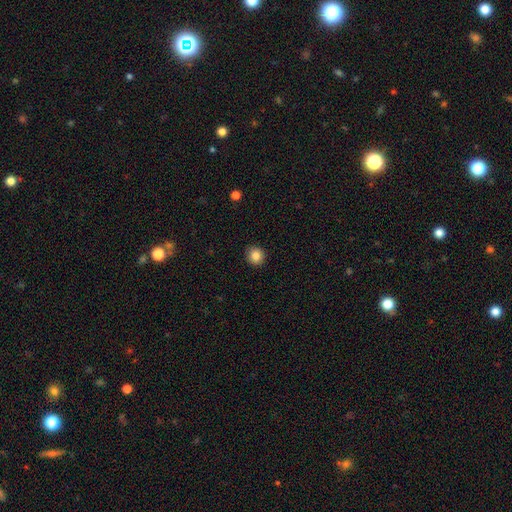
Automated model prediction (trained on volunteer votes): smooth_or_featured: smooth (p=0.85) [alt: star or artifact p=0.10]
how_rounded: round (p=0.91) [alt: in between p=0.08]
merging: none (p=0.92) [alt: minor disturbance p=0.06]